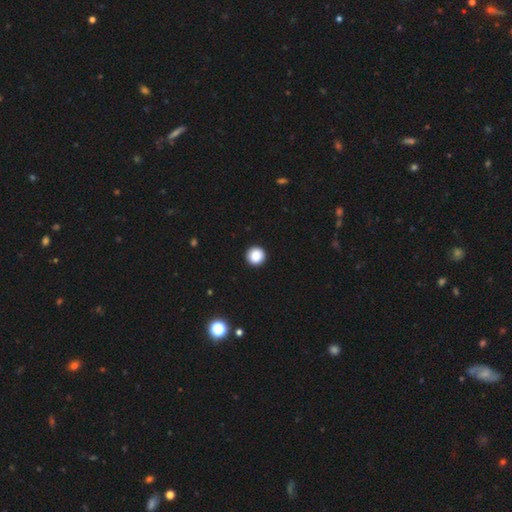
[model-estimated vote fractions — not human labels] smooth-or-featured: smooth: 87% | star or artifact: 9% | featured or disk: 4%
  how-rounded: round: 97% | in between: 2% | cigar-shaped: 1%
  merging: none: 94% | minor disturbance: 4% | major disturbance: 1% | merger: 1%